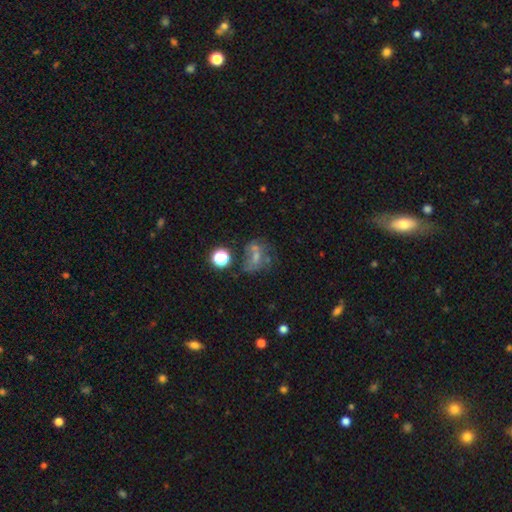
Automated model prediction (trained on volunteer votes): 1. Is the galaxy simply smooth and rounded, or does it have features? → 38% smooth, 37% featured or disk, 25% star or artifact.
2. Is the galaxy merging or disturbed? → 37% none, 24% major disturbance, 20% merger, 18% minor disturbance.